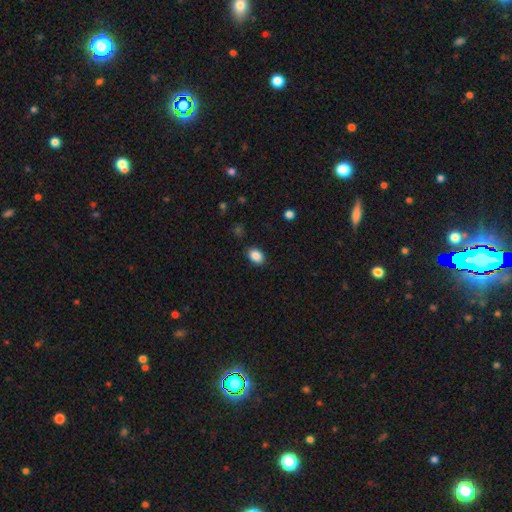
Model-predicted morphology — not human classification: This is clearly a smooth galaxy (88%). How rounded: clearly in between (82%). Merging: clearly none (87%).